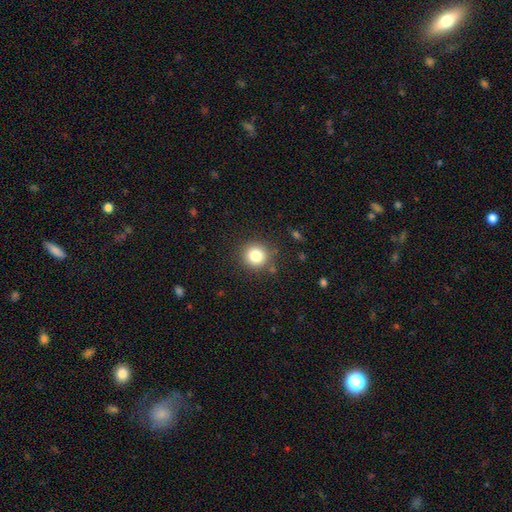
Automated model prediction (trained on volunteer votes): Morphology: type=smooth (82%); roundness=round (93%); merging=none (88%).